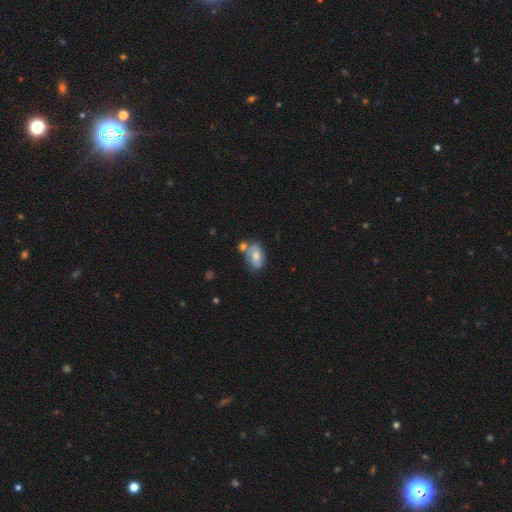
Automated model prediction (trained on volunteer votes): This is likely a smooth galaxy (70%). How rounded: clearly in between (89%). Merging: possibly none (49%).